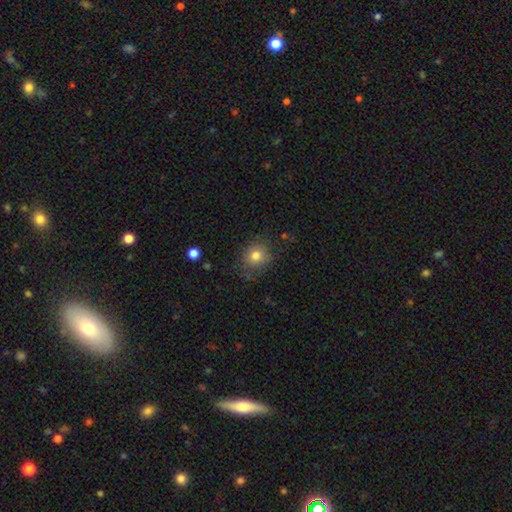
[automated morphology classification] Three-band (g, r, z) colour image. It shows a smooth galaxy with no disk features (79%) that is round (81%). Merging: none (76%).